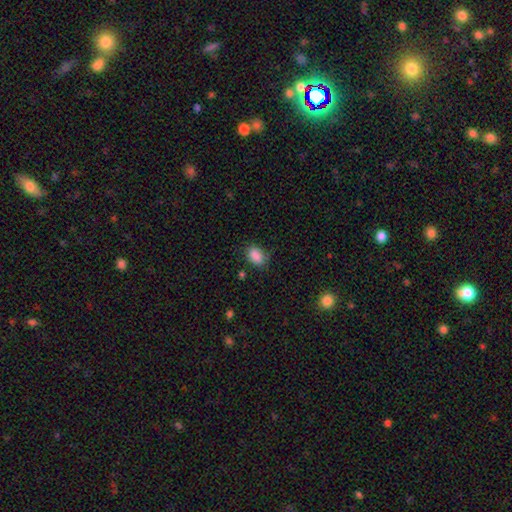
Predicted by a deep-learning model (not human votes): This appears to be a smooth galaxy with no disk features (86%) that is in between round and cigar-shaped (82%). Merging: none (73%).